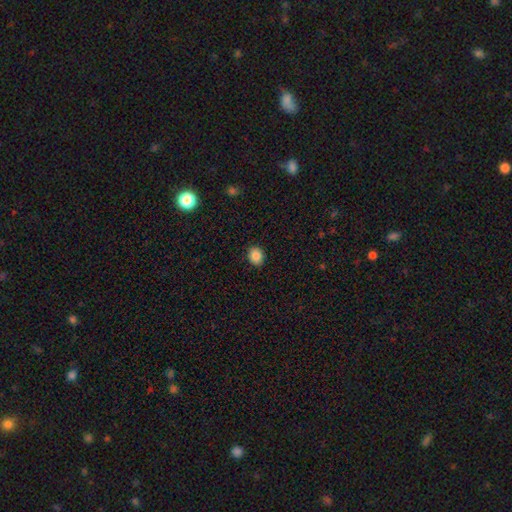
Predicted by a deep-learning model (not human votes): smooth-or-featured: smooth: 87% | star or artifact: 9% | featured or disk: 4%
  how-rounded: round: 63% | in between: 36% | cigar-shaped: 1%
  merging: none: 90% | minor disturbance: 7% | major disturbance: 2% | merger: 1%